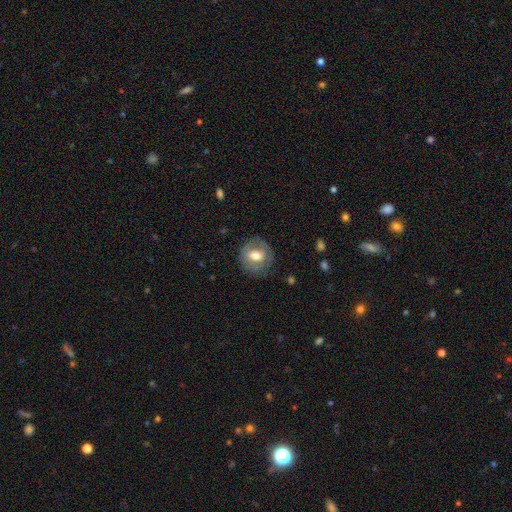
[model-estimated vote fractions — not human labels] Overall: smooth (50%; featured or disk 43%). Merging: none (76%).